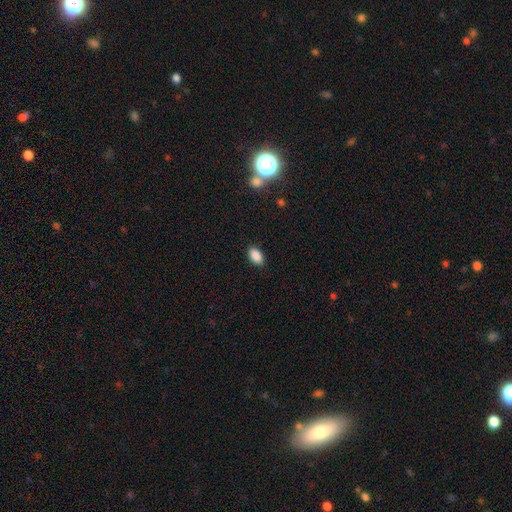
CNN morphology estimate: smooth 89%, star or artifact 8%, featured or disk 3%. Down the decision tree: how rounded — in between (92%); merging — none (88%).